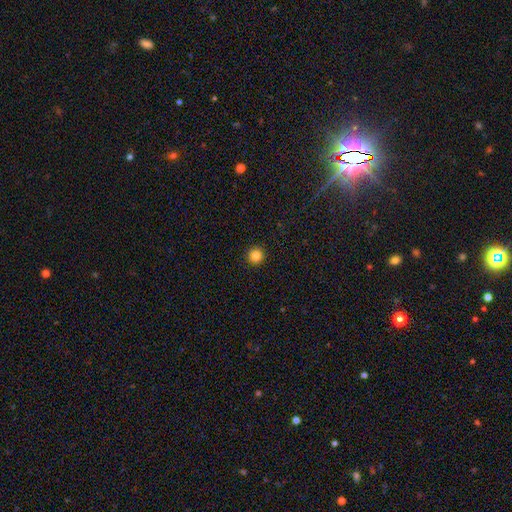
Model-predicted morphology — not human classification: A smooth galaxy with no disk features (84%) that is round (97%). Merging: none (94%).